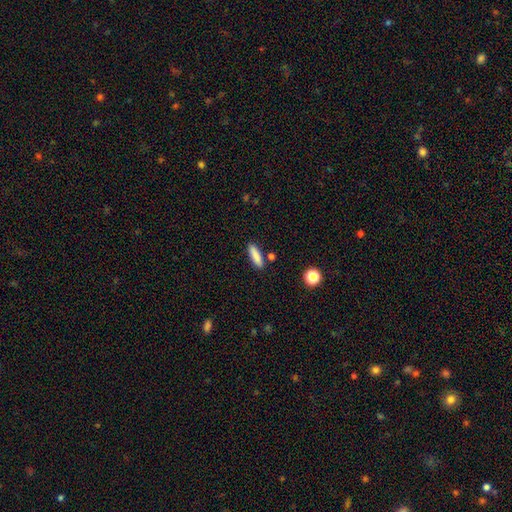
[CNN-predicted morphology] This appears to be a smooth galaxy with no disk features (86%) that is cigar-shaped (66%). Merging: none (84%).